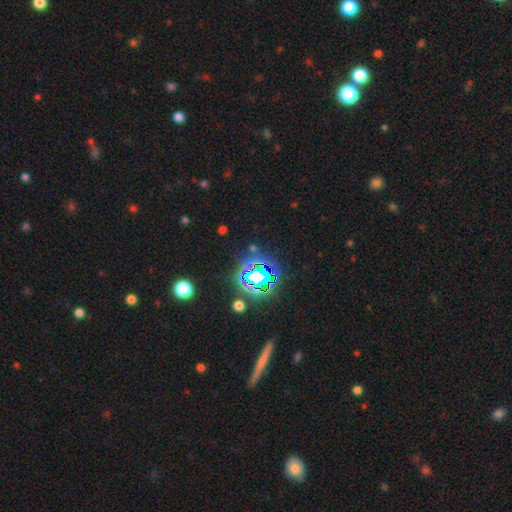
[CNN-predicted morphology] Q: Smooth or featured?
A: star or artifact (77%); runner-up: smooth (14%)